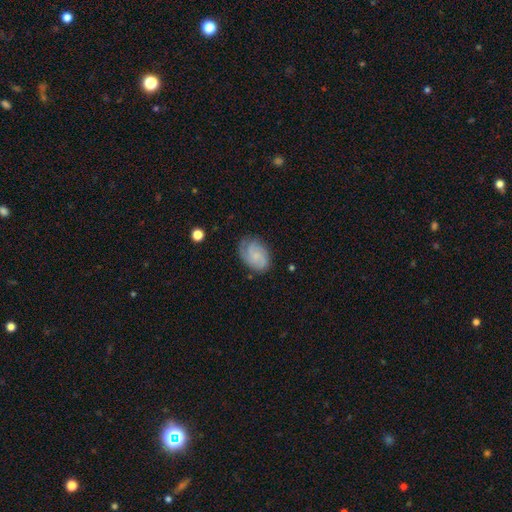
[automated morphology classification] A featured or disk galaxy (66%) with no bar (68%), 2 (33%) tight (53%) spiral arms (94%) and a small central bulge (47%). Merging: none (72%).